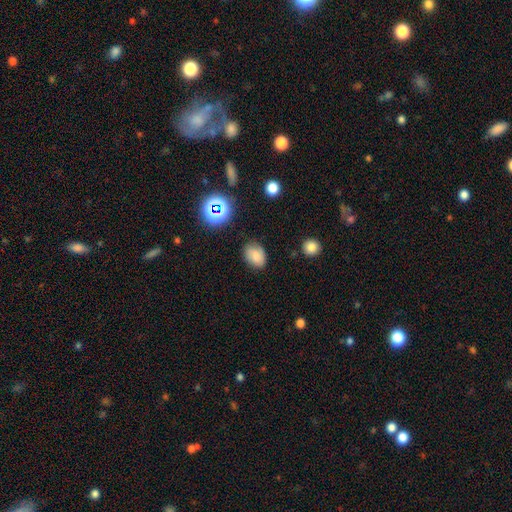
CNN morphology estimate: smooth 76%, star or artifact 13%, featured or disk 11%. Down the decision tree: how rounded — in between (69%); merging — none (77%).